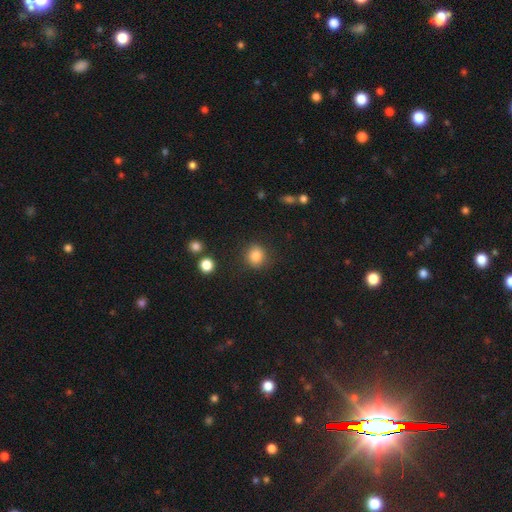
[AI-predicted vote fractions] smooth_or_featured: smooth (p=0.85) [alt: star or artifact p=0.10]
how_rounded: round (p=0.83) [alt: in between p=0.17]
merging: none (p=0.86) [alt: minor disturbance p=0.09]